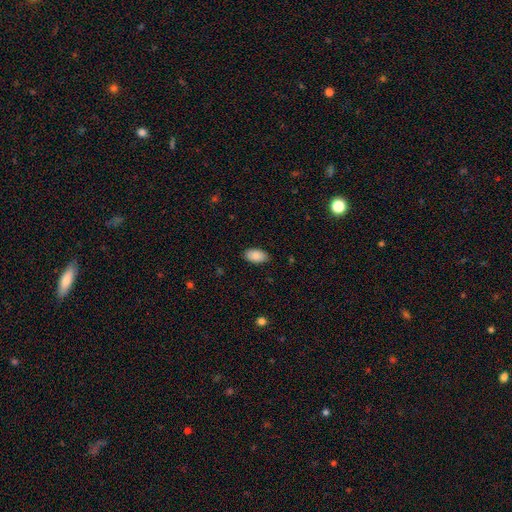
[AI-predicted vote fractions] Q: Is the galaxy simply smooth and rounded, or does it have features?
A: smooth — 88%.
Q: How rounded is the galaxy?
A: in between — 94%.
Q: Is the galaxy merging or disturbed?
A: none — 86%.